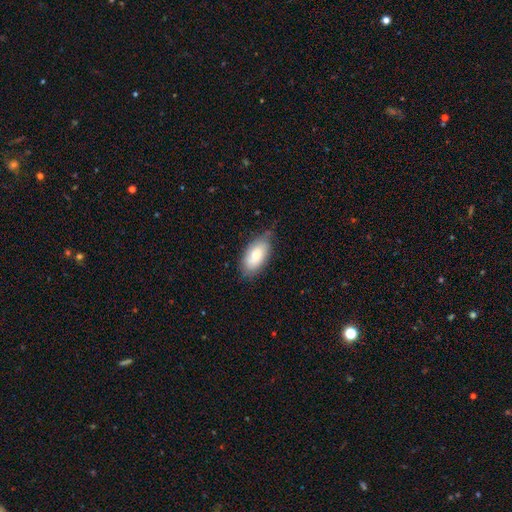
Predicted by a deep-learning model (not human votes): Smooth or featured: smooth — 71% (featured or disk — 23%)
How rounded: in between — 93% (cigar-shaped — 5%)
Merging: none — 62% (minor disturbance — 30%)